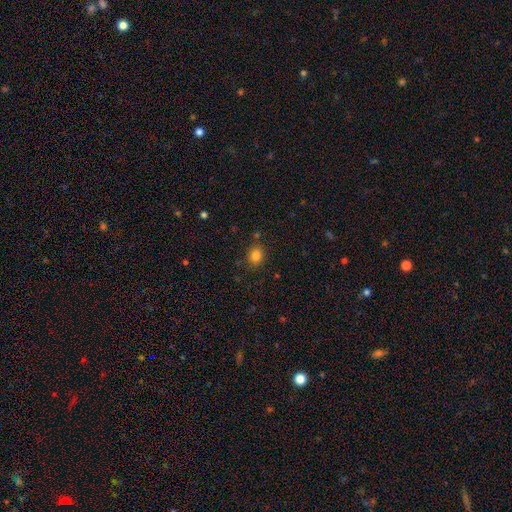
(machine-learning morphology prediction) Smooth or featured?
  - smooth: 83% *
  - star or artifact: 12%
  - featured or disk: 5%
How rounded?
  - round: 55% *
  - in between: 44%
  - cigar-shaped: 1%
Merging?
  - none: 83% *
  - minor disturbance: 11%
  - major disturbance: 3%
  - merger: 3%